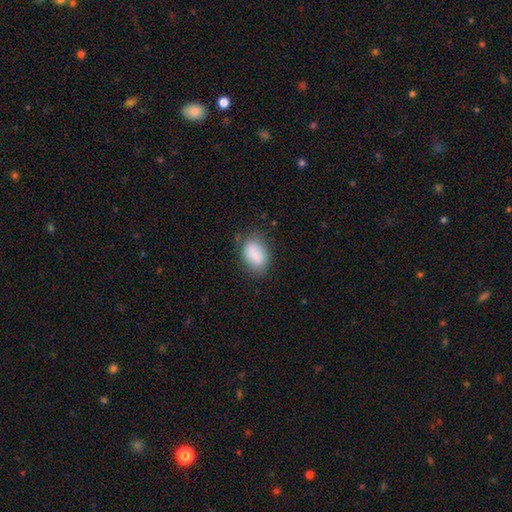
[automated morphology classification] Smooth or featured? smooth (86%)
How rounded? in between (87%)
Merging? none (70%)